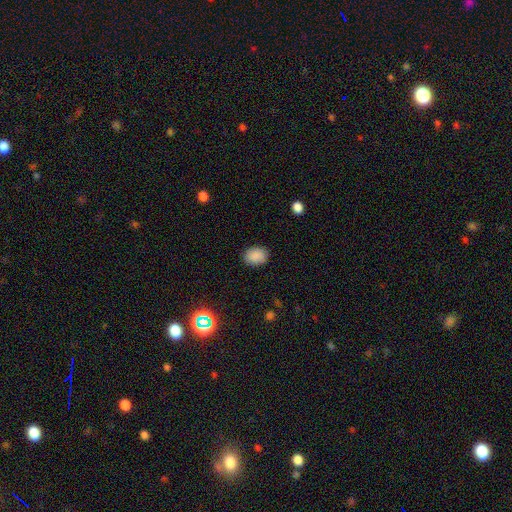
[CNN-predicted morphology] smooth_or_featured: smooth (p=0.87) [alt: star or artifact p=0.09]
how_rounded: in between (p=0.62) [alt: round p=0.37]
merging: none (p=0.84) [alt: minor disturbance p=0.12]